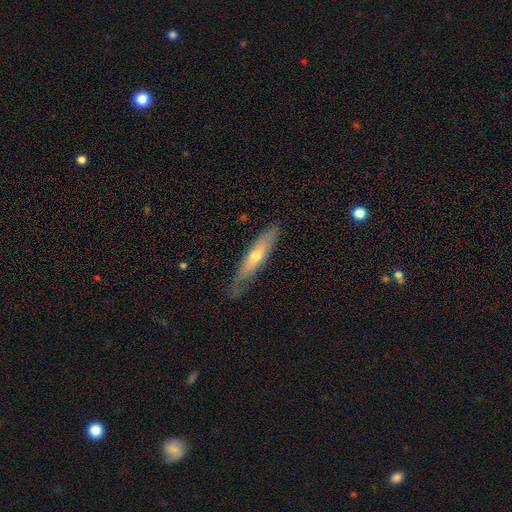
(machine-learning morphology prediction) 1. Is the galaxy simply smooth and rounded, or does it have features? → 49% featured or disk, 45% smooth, 6% star or artifact.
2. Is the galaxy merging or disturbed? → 71% none, 22% minor disturbance, 5% major disturbance, 1% merger.